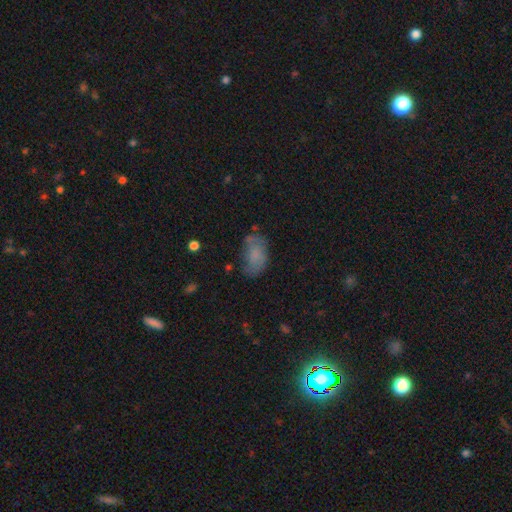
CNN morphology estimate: Overall: smooth (69%). How rounded: in between (91%). Merging: none (55%; minor disturbance 28%).